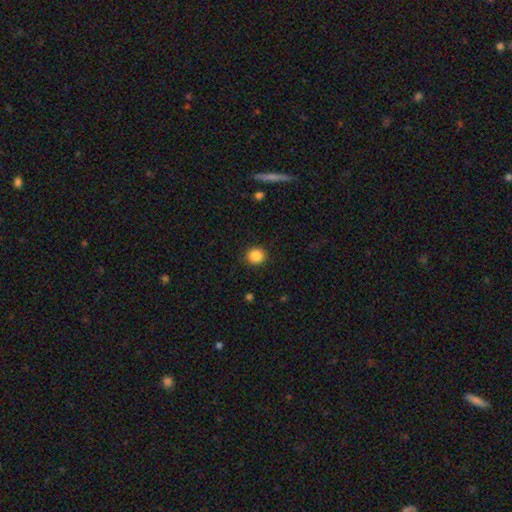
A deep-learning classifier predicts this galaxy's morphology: Smooth or featured? smooth (86%)
How rounded? round (90%)
Merging? none (90%)